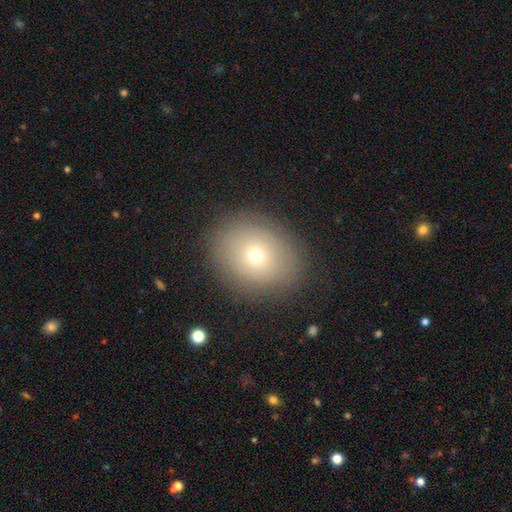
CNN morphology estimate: This appears to be a smooth galaxy with no disk features (68%) that is round (57%). Merging: none (85%).